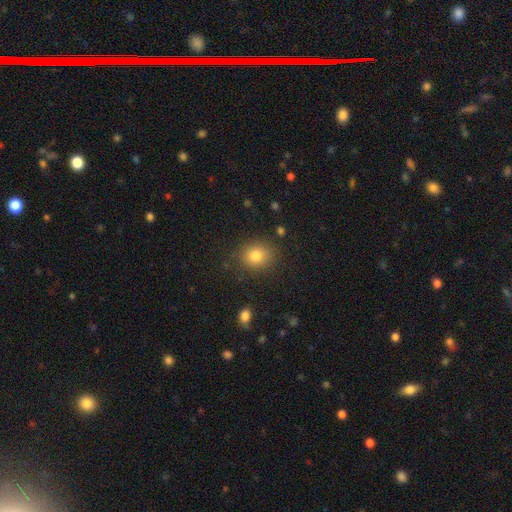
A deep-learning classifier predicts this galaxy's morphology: A smooth galaxy with no disk features (82%) that is round (68%). Merging: none (84%).